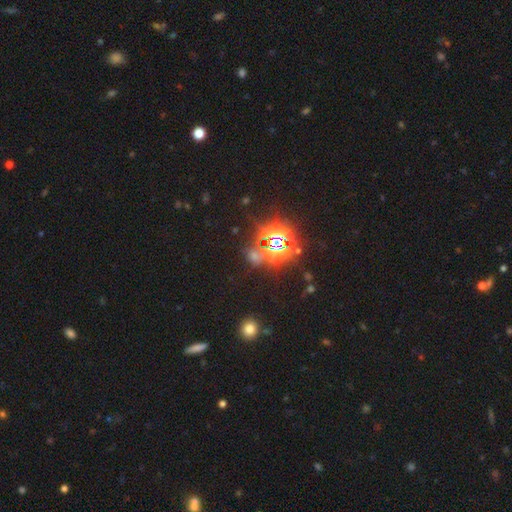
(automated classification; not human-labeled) Smooth or featured? Predicted: star or artifact (p=0.76).